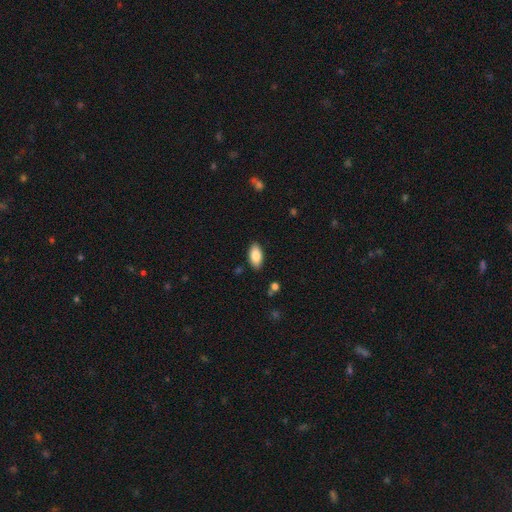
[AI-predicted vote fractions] A smooth galaxy with no disk features (84%) that is in between round and cigar-shaped (92%).

Vote fractions:
- Smooth or featured? smooth: 84% / featured or disk: 10% / star or artifact: 7%
- How rounded? in between: 92% / cigar-shaped: 5% / round: 2%
- Merging? none: 88% / minor disturbance: 9% / major disturbance: 2% / merger: 1%